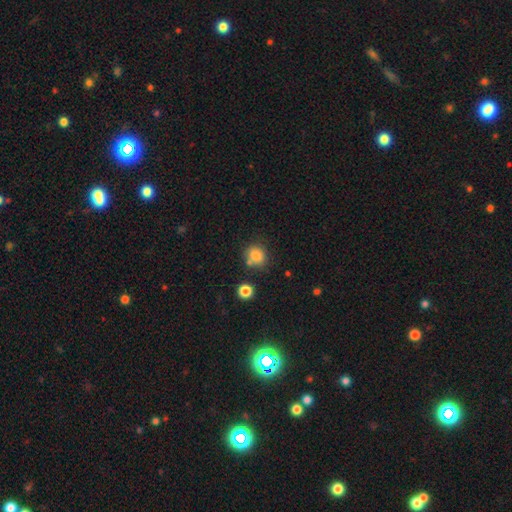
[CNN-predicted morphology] type=smooth (83%); roundness=round (71%); merging=none (66%).